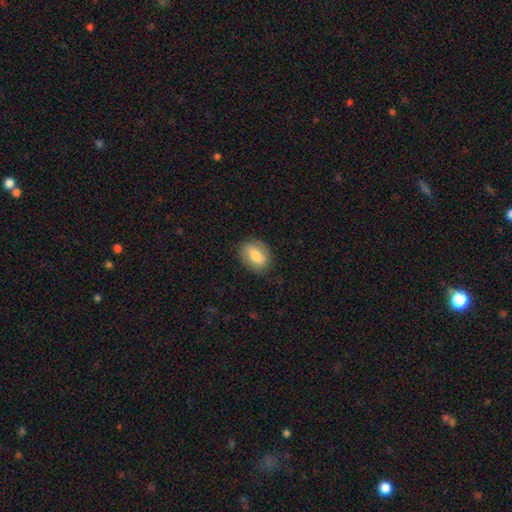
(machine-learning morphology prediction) type=smooth (69%); roundness=in between (74%); merging=none (82%).